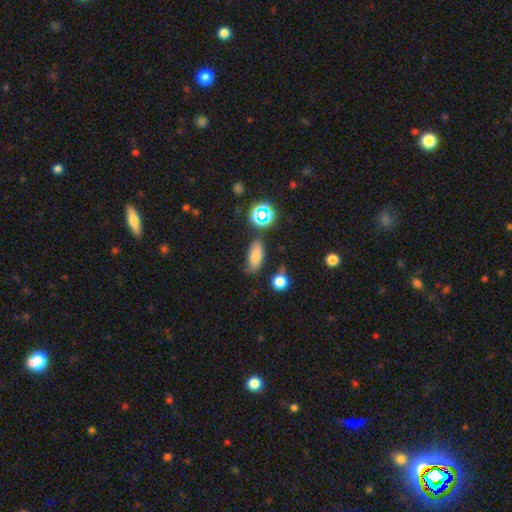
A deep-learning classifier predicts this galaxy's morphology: smooth_or_featured: smooth (p=0.74) [alt: star or artifact p=0.15]
how_rounded: in between (p=0.83) [alt: cigar-shaped p=0.11]
merging: none (p=0.68) [alt: minor disturbance p=0.21]